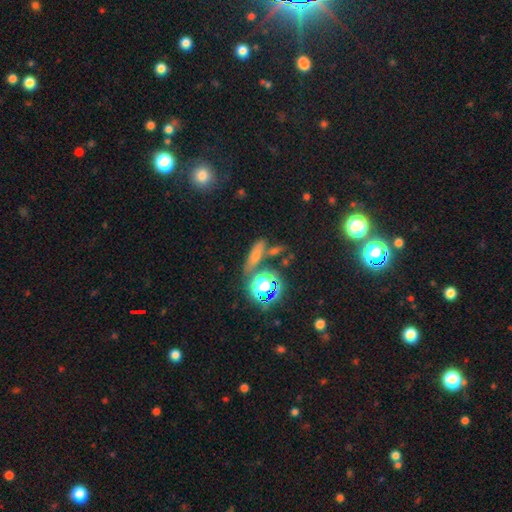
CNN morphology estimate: smooth-or-featured: smooth: 54% | star or artifact: 30% | featured or disk: 16%
  how-rounded: cigar-shaped: 42% | in between: 40% | round: 18%
  merging: none: 62% | merger: 17% | minor disturbance: 14% | major disturbance: 7%